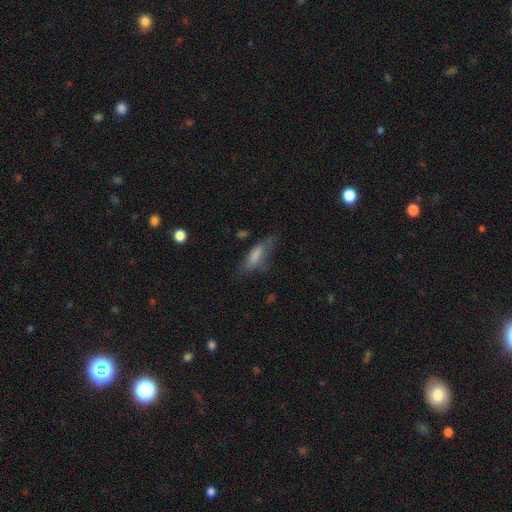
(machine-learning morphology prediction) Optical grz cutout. It shows a smooth galaxy with no disk features (68%) that is in between round and cigar-shaped (50%). Merging: none (49%).